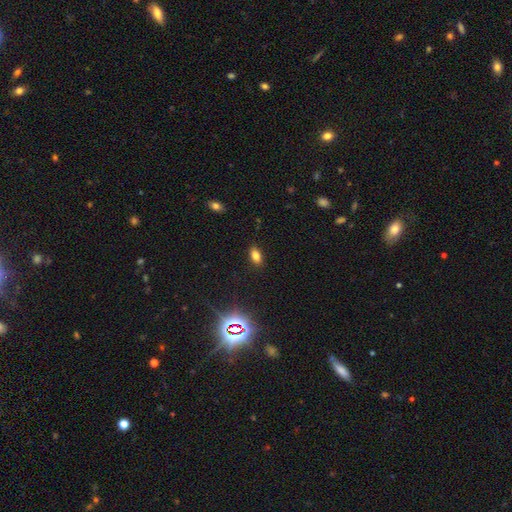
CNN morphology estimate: Smooth or featured? smooth (78%)
How rounded? in between (87%)
Merging? none (88%)